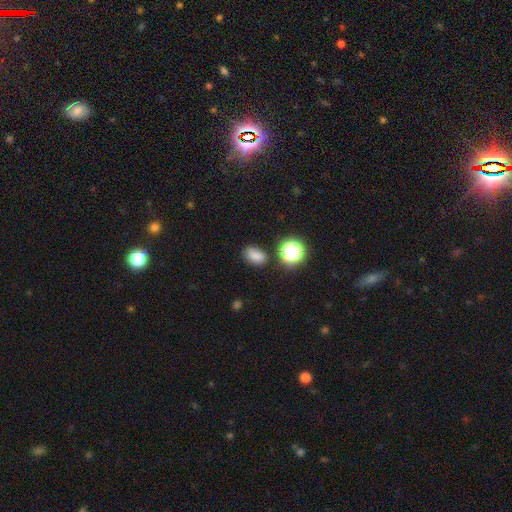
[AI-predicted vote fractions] This is likely a smooth galaxy (76%). How rounded: likely in between (78%). Merging: likely none (71%).